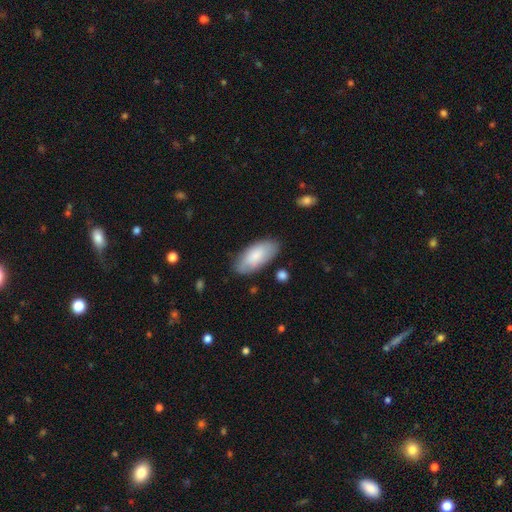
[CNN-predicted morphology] Smooth or featured: smooth — 80% (featured or disk — 14%)
How rounded: in between — 91% (cigar-shaped — 7%)
Merging: none — 80% (minor disturbance — 15%)